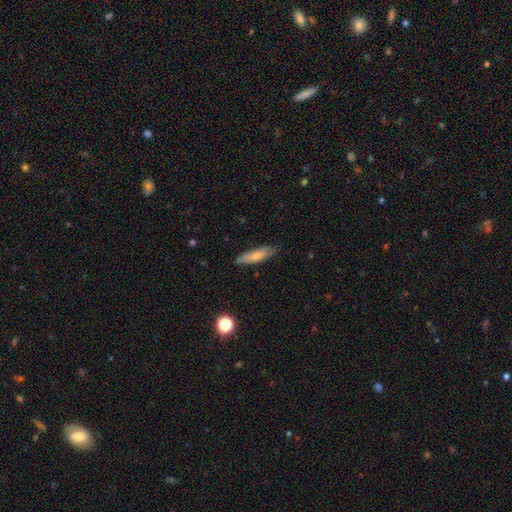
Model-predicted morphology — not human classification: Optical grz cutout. It shows a smooth galaxy with no disk features (74%) that is cigar-shaped (69%). Merging: none (78%).